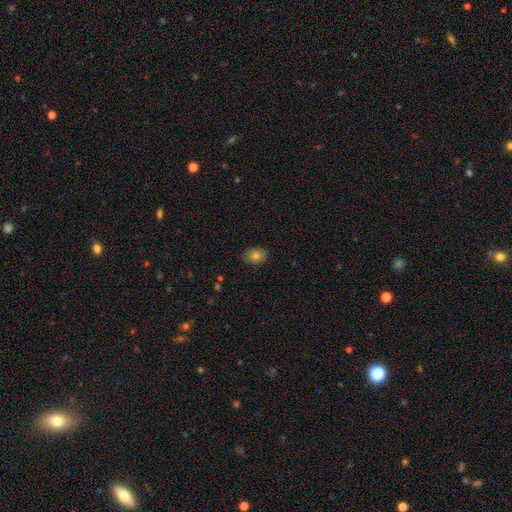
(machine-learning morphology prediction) type=smooth (80%); roundness=in between (65%); merging=none (80%).